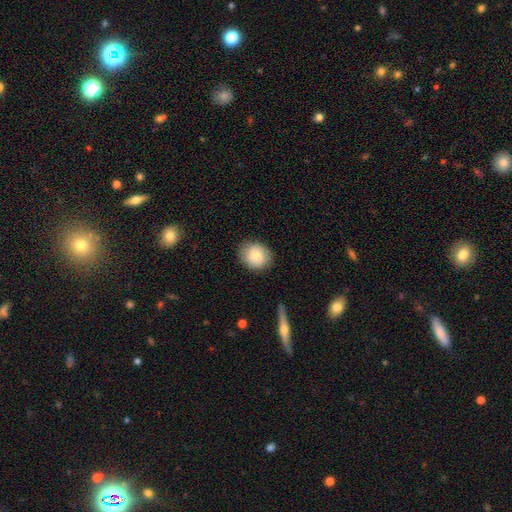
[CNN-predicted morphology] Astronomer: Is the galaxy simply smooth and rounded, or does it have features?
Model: smooth — 77%.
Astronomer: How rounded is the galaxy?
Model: round — 78%.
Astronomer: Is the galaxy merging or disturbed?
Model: none — 82%.